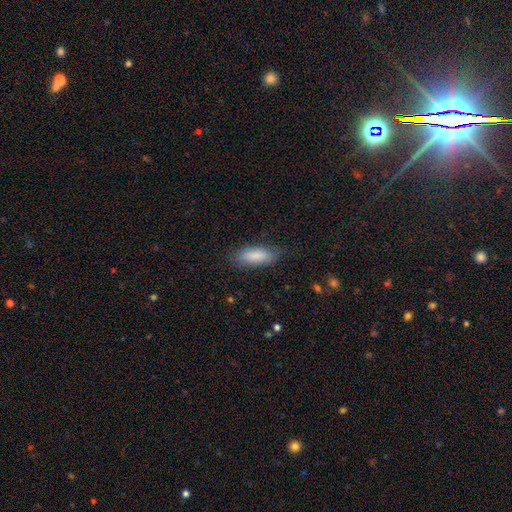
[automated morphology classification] smooth-or-featured: smooth: 86% | featured or disk: 8% | star or artifact: 6%
  how-rounded: in between: 68% | cigar-shaped: 31% | round: 2%
  merging: none: 81% | minor disturbance: 14% | major disturbance: 4% | merger: 1%